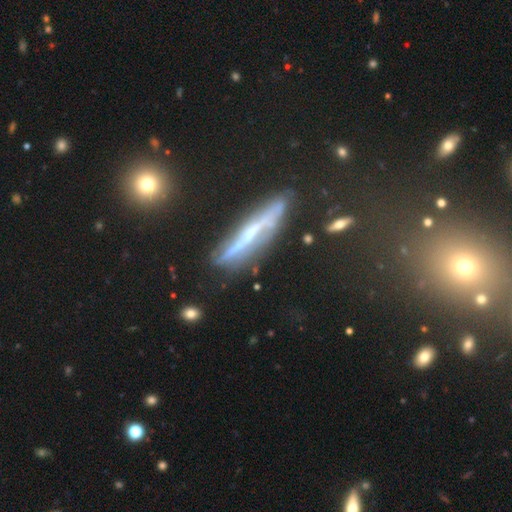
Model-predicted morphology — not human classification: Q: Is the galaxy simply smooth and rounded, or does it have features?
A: featured or disk — 70%.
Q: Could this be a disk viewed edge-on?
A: yes — 78%.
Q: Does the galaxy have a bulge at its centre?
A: none — 53%.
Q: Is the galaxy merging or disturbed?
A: none — 71%.